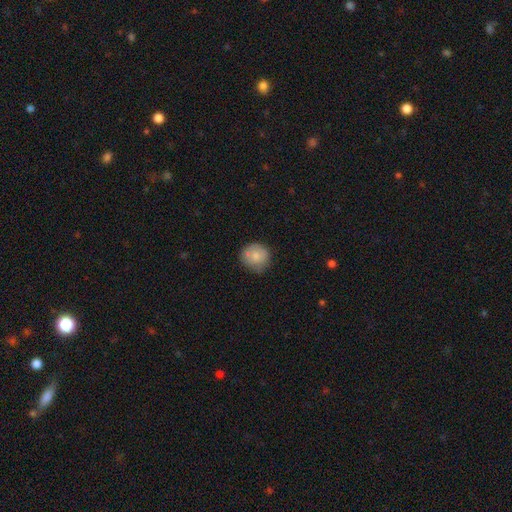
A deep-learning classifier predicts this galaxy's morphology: Smooth or featured? smooth (75%)
How rounded? round (89%)
Merging? none (65%)